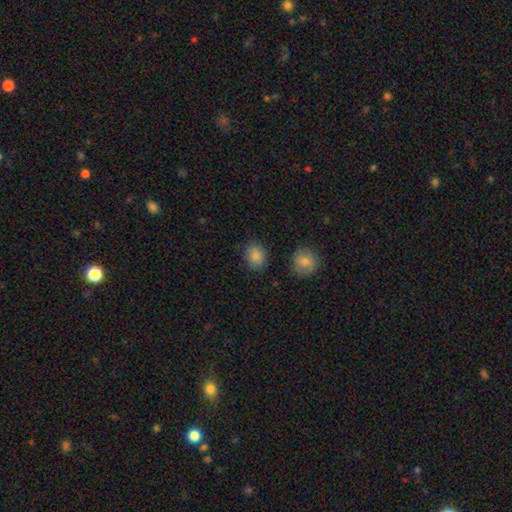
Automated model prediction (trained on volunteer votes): smooth_or_featured: smooth (p=0.86) [alt: star or artifact p=0.09]
how_rounded: round (p=0.52) [alt: in between p=0.47]
merging: none (p=0.83) [alt: minor disturbance p=0.11]